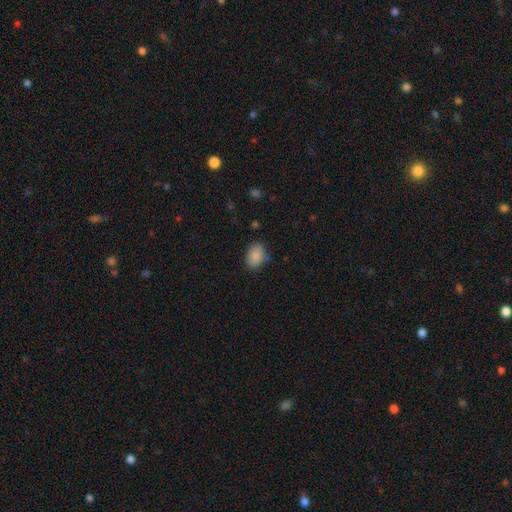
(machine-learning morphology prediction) This is clearly a smooth galaxy (88%). How rounded: clearly in between (84%). Merging: clearly none (81%).